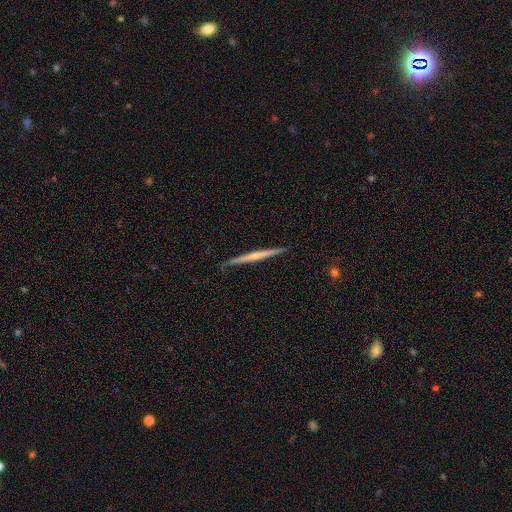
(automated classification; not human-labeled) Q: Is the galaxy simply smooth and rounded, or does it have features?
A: featured or disk — 60%.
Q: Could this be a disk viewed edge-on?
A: yes — 98%.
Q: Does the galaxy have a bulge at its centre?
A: none — 62%.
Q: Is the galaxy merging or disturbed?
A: none — 85%.